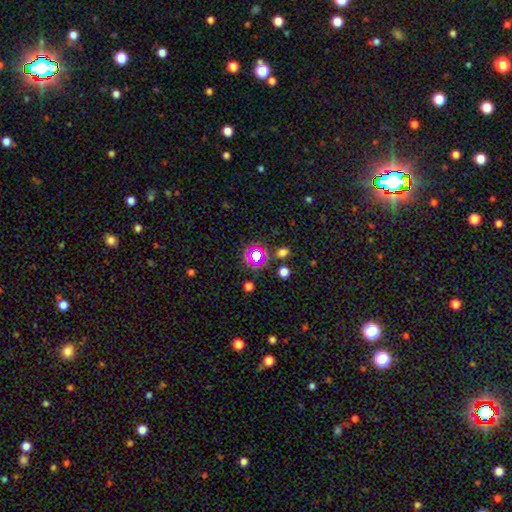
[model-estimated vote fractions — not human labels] This is possibly a star or artifact rather than a galaxy (51%).